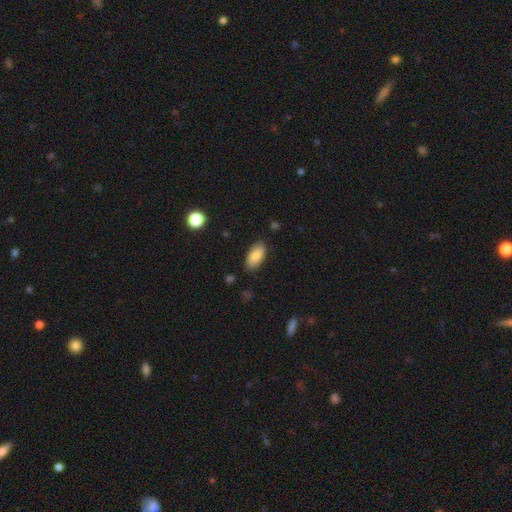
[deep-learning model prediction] Smooth or featured?
  - smooth: 83% *
  - featured or disk: 10%
  - star or artifact: 7%
How rounded?
  - in between: 93% *
  - cigar-shaped: 5%
  - round: 3%
Merging?
  - none: 85% *
  - minor disturbance: 11%
  - major disturbance: 2%
  - merger: 1%